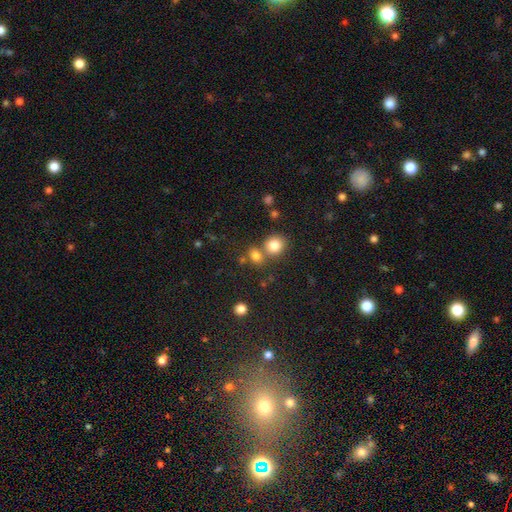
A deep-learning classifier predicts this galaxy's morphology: Smooth or featured? Predicted: smooth (p=0.79). How rounded? Predicted: round (p=0.61). Merging? Predicted: none (p=0.52).